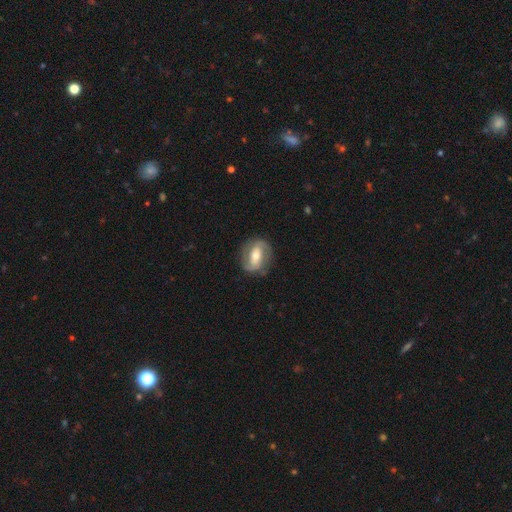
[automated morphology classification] A featured or disk galaxy (79%) with a strong bar (38%), 2 (87%) medium (43%) spiral arms (88%) and a moderate central bulge (67%).

Vote fractions:
- Smooth or featured? featured or disk: 79% / smooth: 16% / star or artifact: 5%
- Edge-on disk? no: 97% / yes: 3%
- Bar? strong: 38% / weak: 36% / no: 26%
- Spiral arms? yes: 88% / no: 12%
- Spiral winding? medium: 43% / tight: 38% / loose: 19%
- Spiral arm count? 2: 87% / can't tell: 7% / 1: 3% / 3: 2% / 4: 1% / more than 4: 1%
- Bulge size? moderate: 67% / small: 25% / large: 6% / none: 1% / dominant: 1%
- Merging? none: 80% / minor disturbance: 13% / major disturbance: 6% / merger: 1%